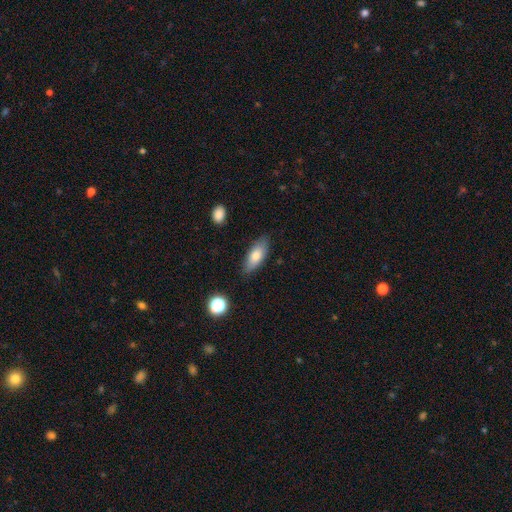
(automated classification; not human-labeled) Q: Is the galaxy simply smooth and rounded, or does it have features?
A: smooth — 76%.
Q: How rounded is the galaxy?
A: in between — 77%.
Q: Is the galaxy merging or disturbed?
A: none — 82%.